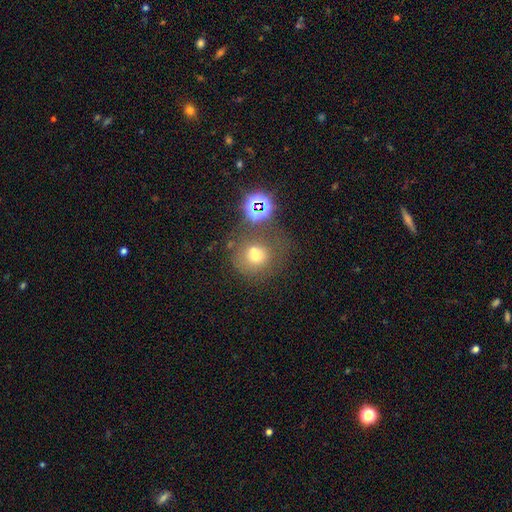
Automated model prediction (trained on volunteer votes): smooth_or_featured: smooth (p=0.60) [alt: star or artifact p=0.22]
how_rounded: round (p=0.83) [alt: in between p=0.16]
merging: none (p=0.45) [alt: merger p=0.34]